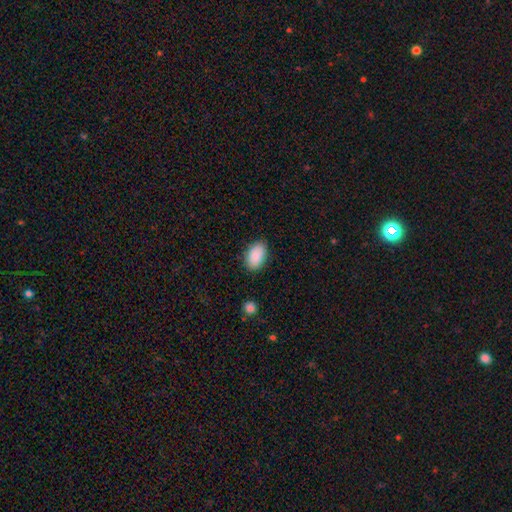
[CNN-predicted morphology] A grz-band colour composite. It shows a smooth galaxy with no disk features (90%) that is in between round and cigar-shaped (93%). Merging: none (86%).